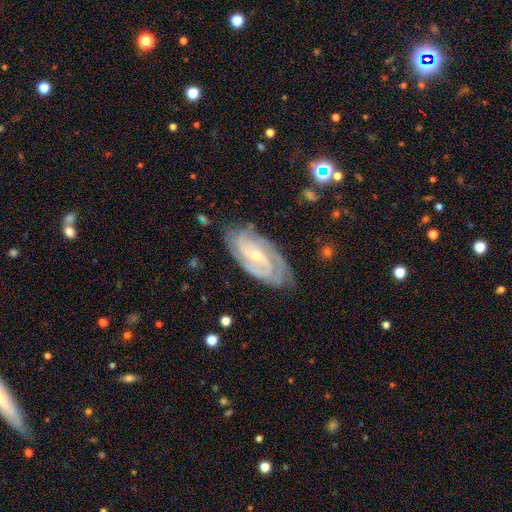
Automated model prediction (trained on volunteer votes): smooth_or_featured: featured or disk (p=0.89) [alt: smooth p=0.06]
disk_edge_on: no (p=0.95) [alt: yes p=0.05]
bar: no (p=0.45) [alt: weak p=0.38]
has_spiral_arms: yes (p=0.98) [alt: no p=0.02]
spiral_winding: tight (p=0.64) [alt: medium p=0.30]
spiral_arm_count: 2 (p=0.38) [alt: 3 p=0.24]
bulge_size: small (p=0.72) [alt: moderate p=0.25]
merging: none (p=0.77) [alt: minor disturbance p=0.18]